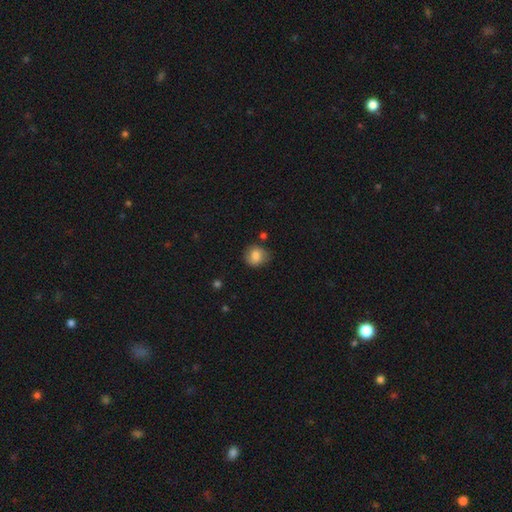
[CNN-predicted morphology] smooth_or_featured: smooth (p=0.78) [alt: featured or disk p=0.14]
how_rounded: round (p=0.79) [alt: in between p=0.20]
merging: none (p=0.75) [alt: minor disturbance p=0.18]